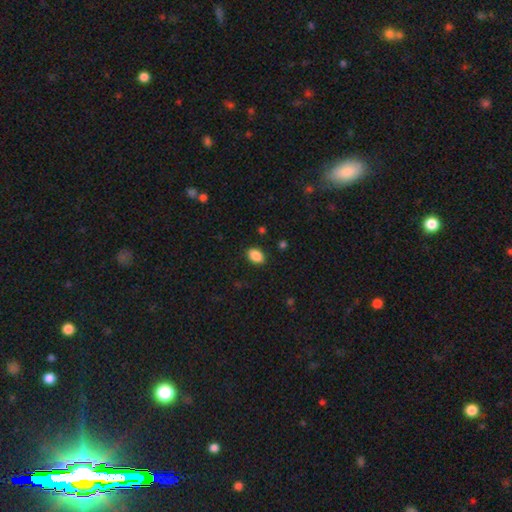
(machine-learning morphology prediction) type=smooth (88%); roundness=in between (85%); merging=none (89%).